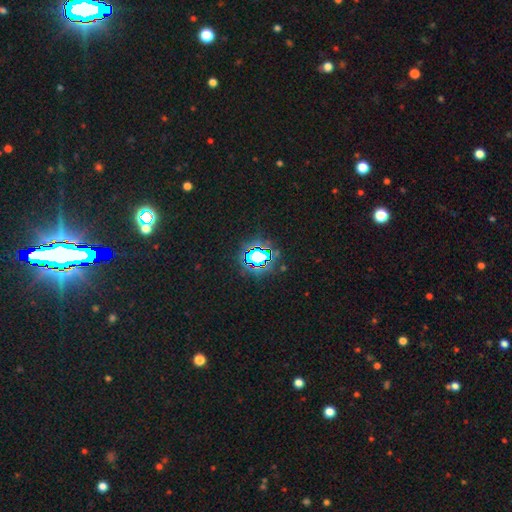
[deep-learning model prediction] A star or artifact, not a galaxy (71%).

Vote fractions:
- Smooth or featured? star or artifact: 71% / smooth: 18% / featured or disk: 11%